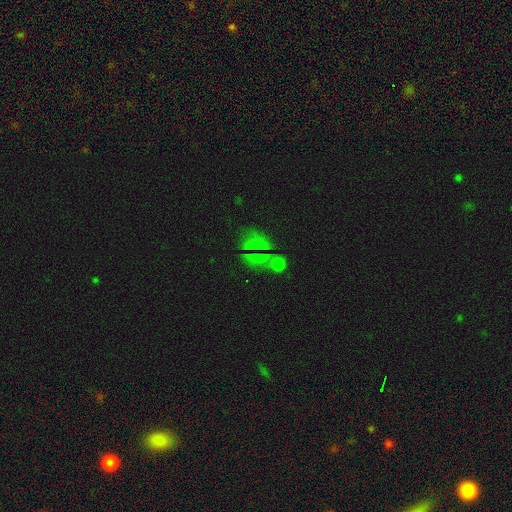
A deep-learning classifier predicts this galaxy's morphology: Q: Smooth or featured?
A: smooth (44%); runner-up: star or artifact (43%)
Q: Merging?
A: none (63%); runner-up: minor disturbance (15%)